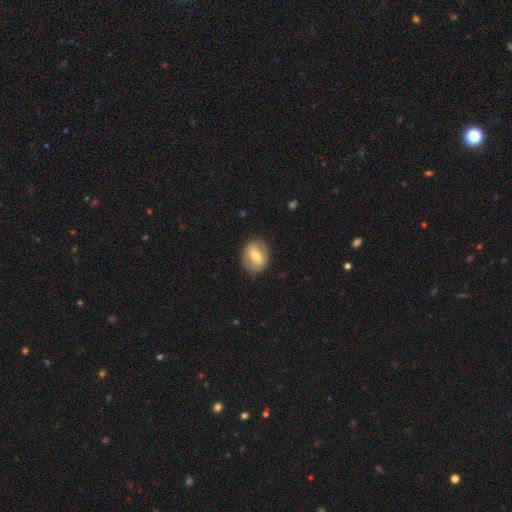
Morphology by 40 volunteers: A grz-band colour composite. It shows a featured or disk galaxy (68%) with a strong bar (46%), no spiral arms (58%) and a moderate central bulge (77%). Merging: none (90%).